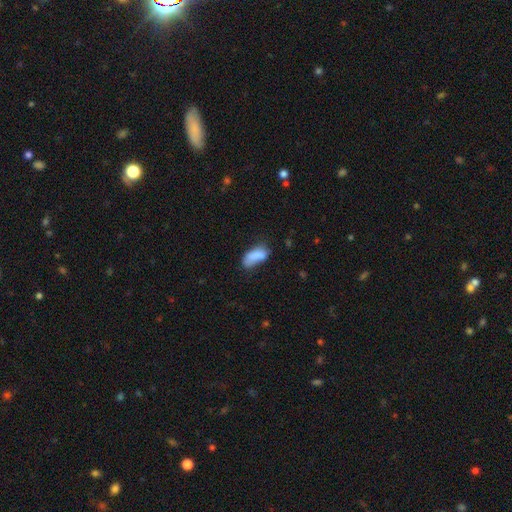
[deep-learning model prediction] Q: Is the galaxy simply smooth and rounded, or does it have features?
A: smooth — 81%.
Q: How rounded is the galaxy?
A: in between — 87%.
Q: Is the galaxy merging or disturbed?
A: none — 45%.